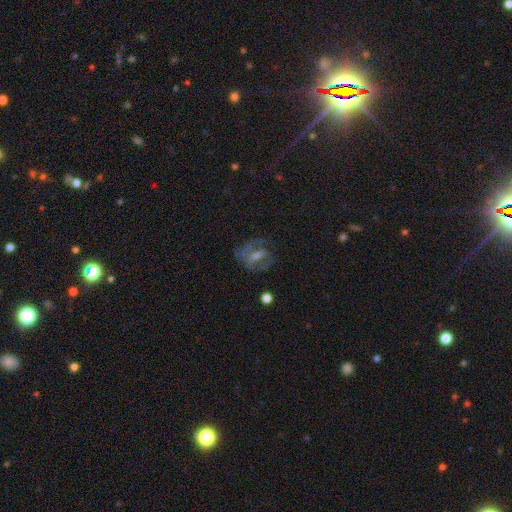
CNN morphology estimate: Smooth or featured?
  - featured or disk: 63% *
  - smooth: 22%
  - star or artifact: 14%
Edge-on disk?
  - no: 94% *
  - yes: 6%
Bar?
  - weak: 43% *
  - no: 32%
  - strong: 25%
Spiral arms?
  - yes: 70% *
  - no: 30%
Bulge size?
  - moderate: 42% *
  - small: 40%
  - none: 11%
  - large: 6%
  - dominant: 1%
Merging?
  - none: 61% *
  - major disturbance: 19%
  - minor disturbance: 18%
  - merger: 2%